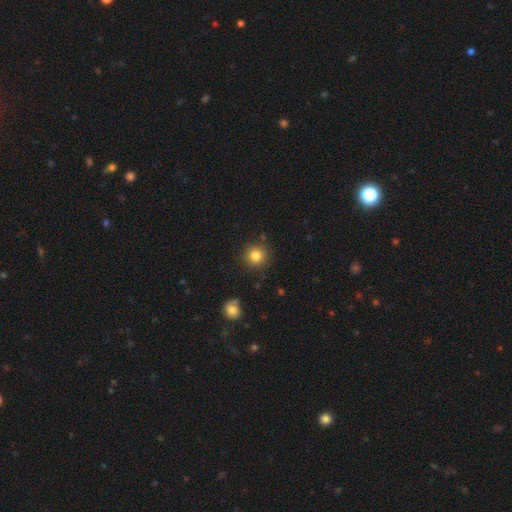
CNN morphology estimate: A smooth galaxy with no disk features (82%) that is round (93%).

Vote fractions:
- Smooth or featured? smooth: 82% / star or artifact: 11% / featured or disk: 6%
- How rounded? round: 93% / in between: 6% / cigar-shaped: 1%
- Merging? none: 88% / minor disturbance: 7% / major disturbance: 2% / merger: 2%